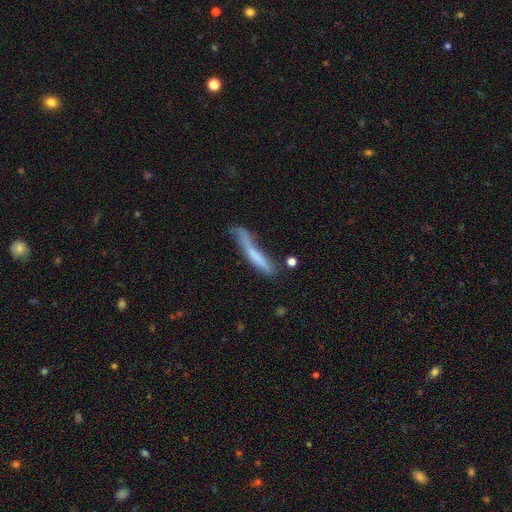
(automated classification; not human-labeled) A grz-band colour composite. It shows a smooth galaxy with no disk features (61%) that is cigar-shaped (92%). Merging: none (40%).